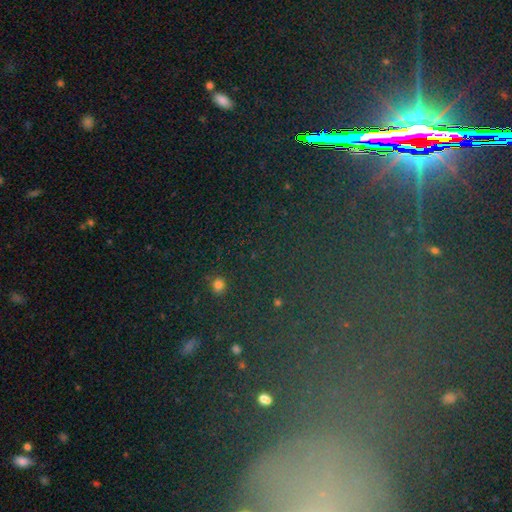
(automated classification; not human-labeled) Q: Smooth or featured?
A: star or artifact (79%); runner-up: smooth (11%)